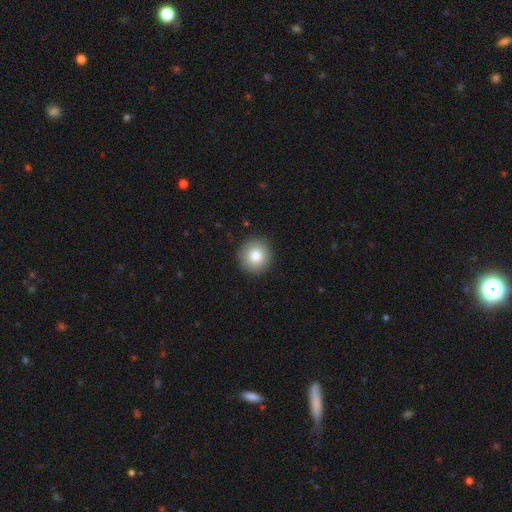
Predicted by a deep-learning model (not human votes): Smooth or featured?
  - smooth: 80% *
  - featured or disk: 10%
  - star or artifact: 10%
How rounded?
  - round: 94% *
  - in between: 5%
  - cigar-shaped: 1%
Merging?
  - none: 91% *
  - minor disturbance: 6%
  - major disturbance: 2%
  - merger: 1%